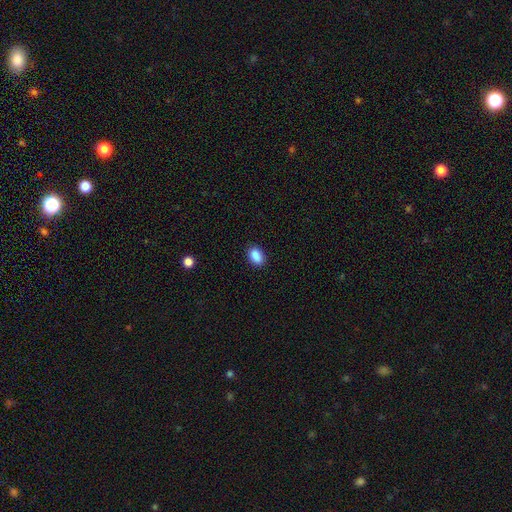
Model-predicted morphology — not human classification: Smooth or featured? smooth (89%)
How rounded? in between (86%)
Merging? none (87%)